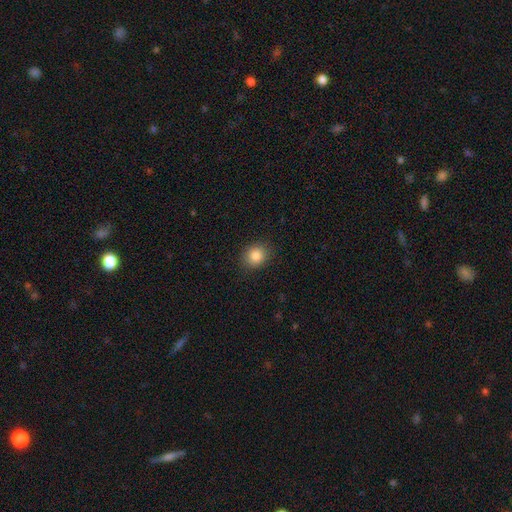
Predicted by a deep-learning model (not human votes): Smooth or featured: smooth — 84% (star or artifact — 10%)
How rounded: round — 69% (in between — 30%)
Merging: none — 88% (minor disturbance — 9%)